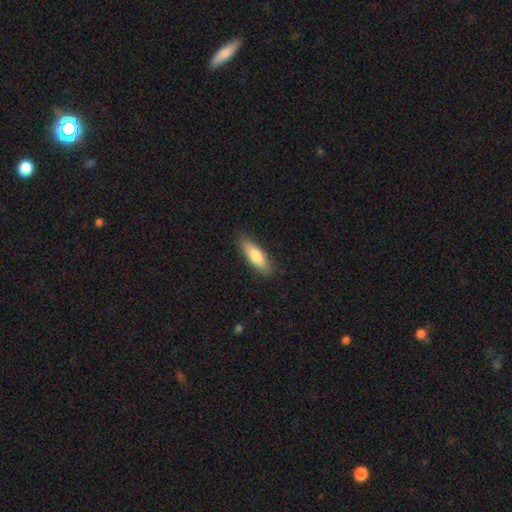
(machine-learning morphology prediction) Overall: smooth (78%). How rounded: cigar-shaped (51%; in between 47%). Merging: none (85%).